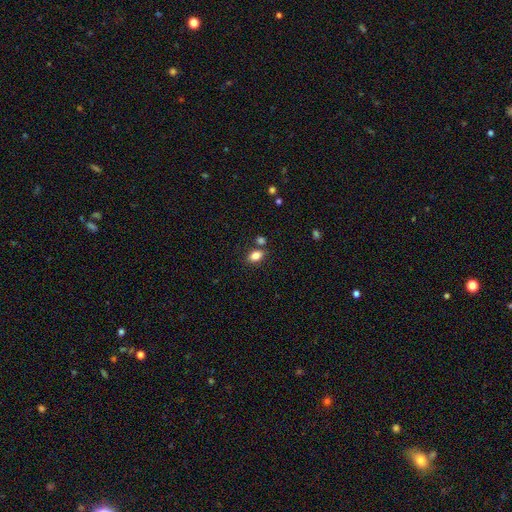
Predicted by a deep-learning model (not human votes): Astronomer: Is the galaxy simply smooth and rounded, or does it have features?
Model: smooth — 84%.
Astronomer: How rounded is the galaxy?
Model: in between — 85%.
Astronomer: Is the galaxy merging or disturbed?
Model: none — 74%.